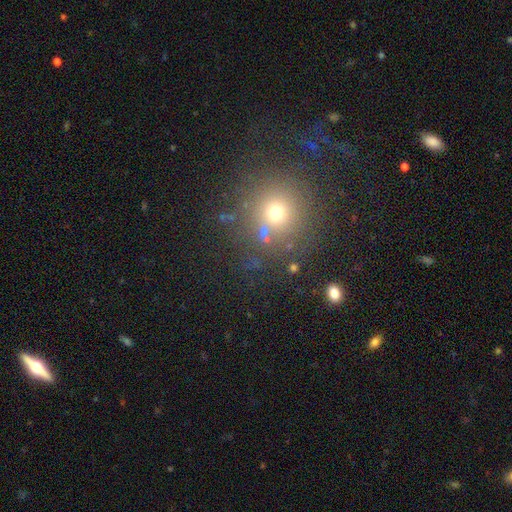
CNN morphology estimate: The model was most divided on "smooth or featured": smooth: 53%, star or artifact: 35%, featured or disk: 12%. More confident: how rounded — round (91%); merging — none (76%).